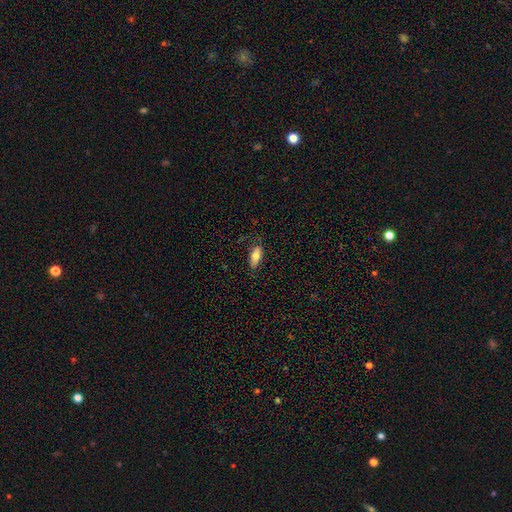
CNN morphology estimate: The model was most divided on "merging": none: 75%, minor disturbance: 19%, major disturbance: 5%, merger: 1%. More confident: how rounded — in between (82%); smooth or featured — smooth (77%).